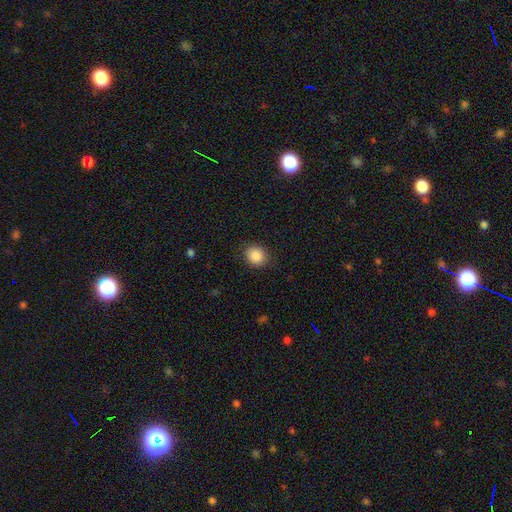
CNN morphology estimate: This appears to be a smooth galaxy with no disk features (88%) that is round (78%). Merging: none (88%).